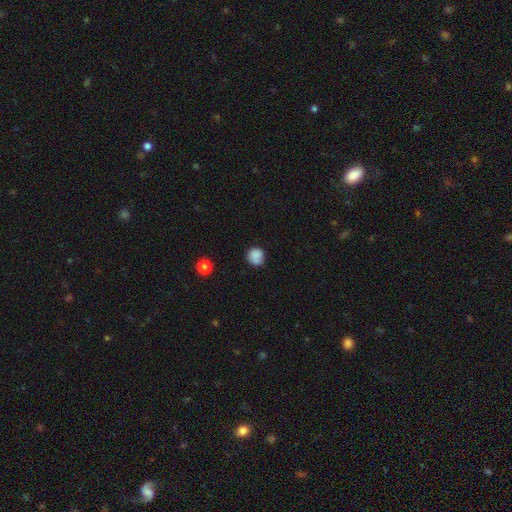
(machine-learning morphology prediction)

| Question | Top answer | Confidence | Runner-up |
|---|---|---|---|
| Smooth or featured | smooth | 82% | star or artifact (9%) |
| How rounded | round | 87% | in between (12%) |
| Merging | none | 71% | minor disturbance (21%) |